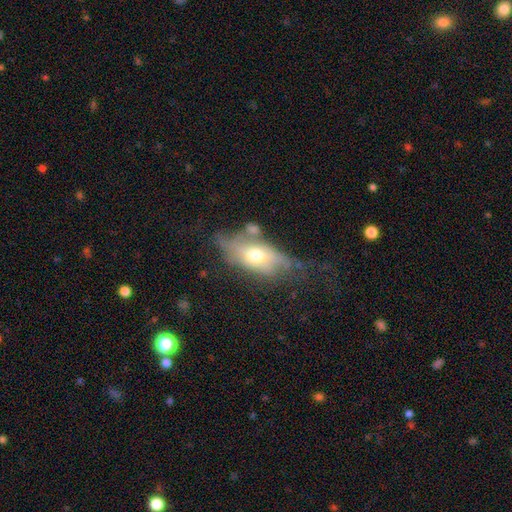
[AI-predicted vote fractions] A smooth galaxy with no disk features (47%).

Vote fractions:
- Smooth or featured? smooth: 47% / featured or disk: 44% / star or artifact: 9%
- Merging? none: 38% / minor disturbance: 29% / major disturbance: 22% / merger: 11%